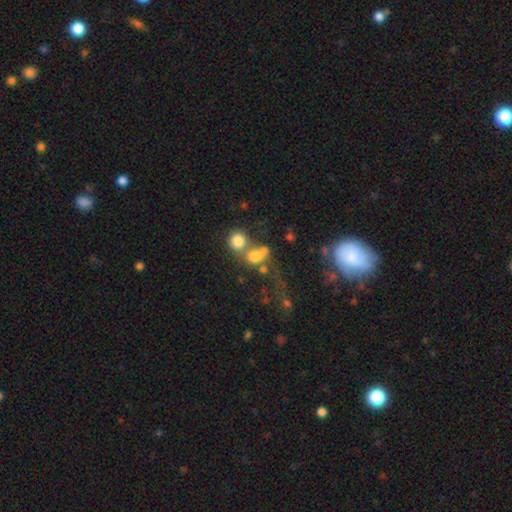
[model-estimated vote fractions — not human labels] Smooth or featured? smooth (71%)
How rounded? round (64%)
Merging? merger (56%)